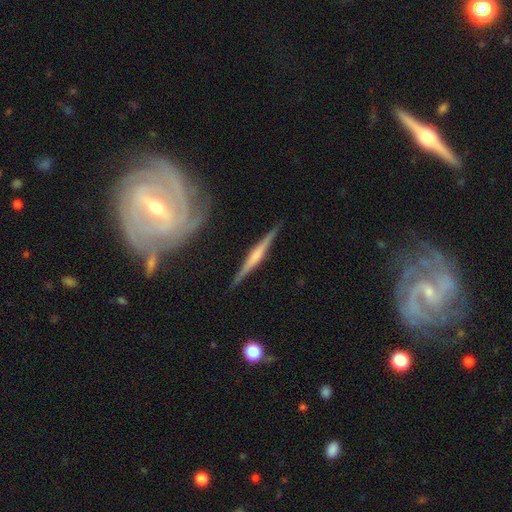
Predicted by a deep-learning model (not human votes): Smooth or featured?
  - featured or disk: 72% *
  - smooth: 23%
  - star or artifact: 5%
Edge-on disk?
  - yes: 97% *
  - no: 3%
Edge-on bulge?
  - rounded: 52% *
  - none: 31%
  - boxy: 17%
Merging?
  - none: 88% *
  - minor disturbance: 8%
  - major disturbance: 2%
  - merger: 2%